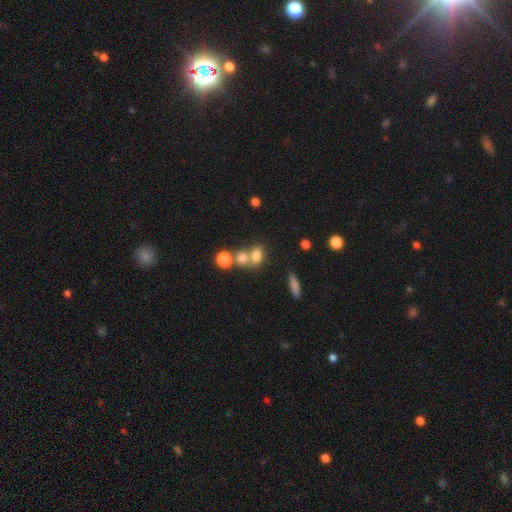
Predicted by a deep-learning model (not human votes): smooth_or_featured: smooth (p=0.74) [alt: star or artifact p=0.14]
how_rounded: in between (p=0.56) [alt: round p=0.42]
merging: merger (p=0.48) [alt: none p=0.37]